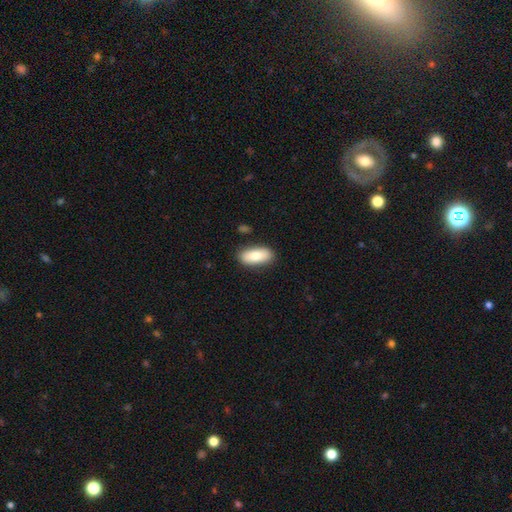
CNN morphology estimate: This appears to be a smooth galaxy with no disk features (82%) that is in between round and cigar-shaped (88%). Merging: none (85%).